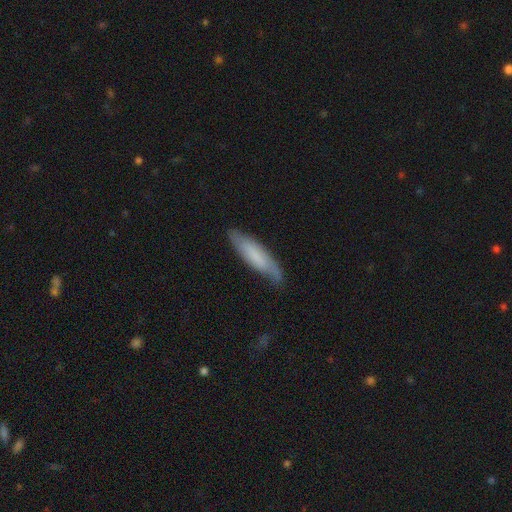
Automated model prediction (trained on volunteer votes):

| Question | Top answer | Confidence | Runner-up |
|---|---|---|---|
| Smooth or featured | smooth | 62% | featured or disk (31%) |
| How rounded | cigar-shaped | 68% | in between (31%) |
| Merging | none | 72% | minor disturbance (21%) |